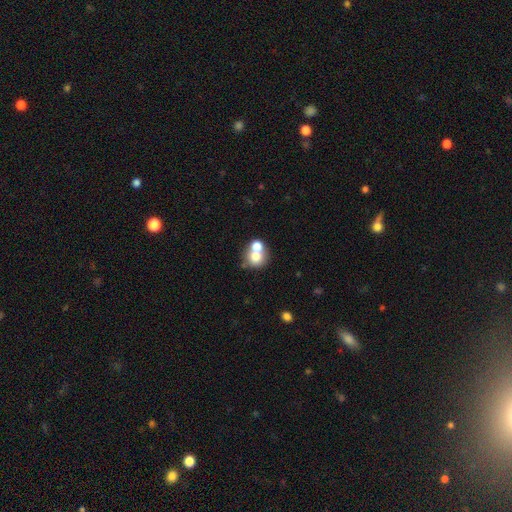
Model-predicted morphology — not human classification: smooth-or-featured: smooth: 70% | featured or disk: 19% | star or artifact: 11%
  how-rounded: round: 75% | in between: 24% | cigar-shaped: 1%
  merging: merger: 53% | none: 36% | minor disturbance: 7% | major disturbance: 4%